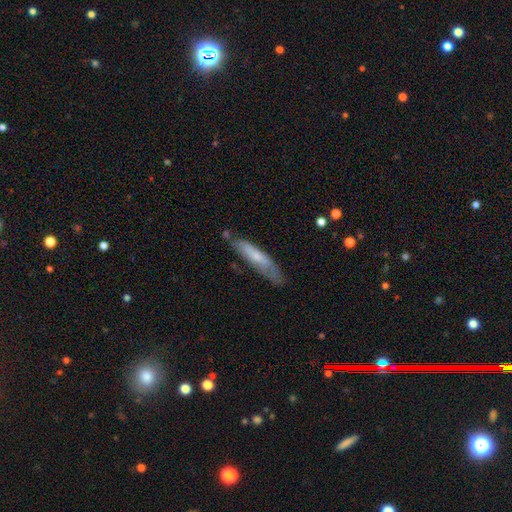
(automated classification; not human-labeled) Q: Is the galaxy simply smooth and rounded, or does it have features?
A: smooth — 60%.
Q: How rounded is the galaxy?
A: cigar-shaped — 82%.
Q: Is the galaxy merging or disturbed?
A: none — 65%.